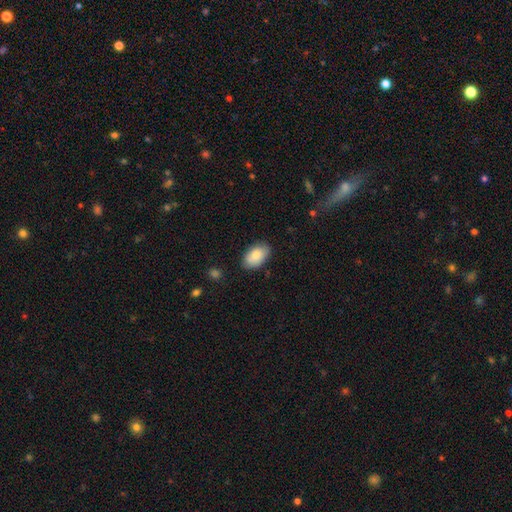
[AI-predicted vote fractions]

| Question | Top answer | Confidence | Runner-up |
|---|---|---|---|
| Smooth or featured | smooth | 85% | featured or disk (9%) |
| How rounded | in between | 93% | round (5%) |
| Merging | none | 83% | minor disturbance (13%) |